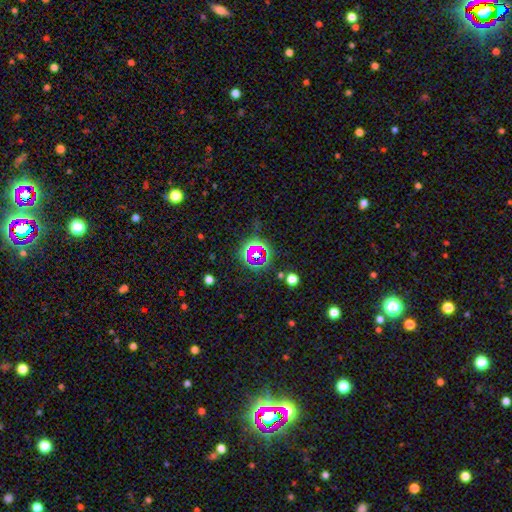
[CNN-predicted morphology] This appears to be a star or artifact, not a galaxy (59%).